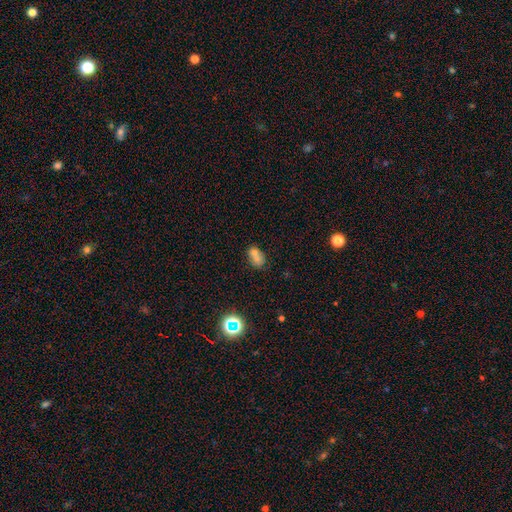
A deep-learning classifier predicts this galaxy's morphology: A smooth galaxy with no disk features (66%) that is in between round and cigar-shaped (62%). Merging: merger (52%).